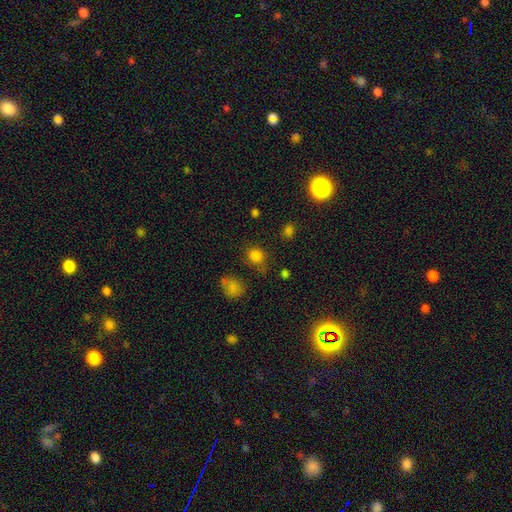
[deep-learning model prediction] Overall: smooth (80%). How rounded: round (75%). Merging: none (72%).